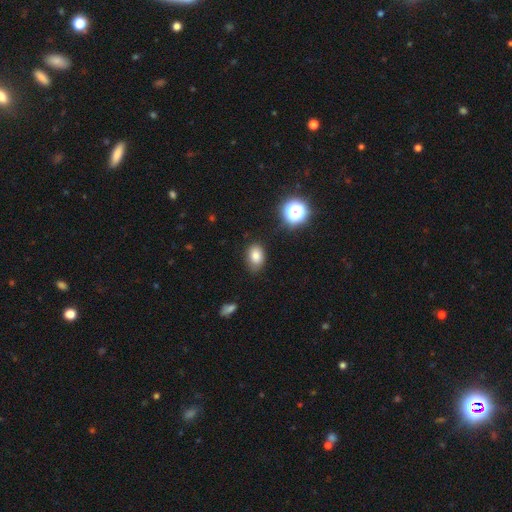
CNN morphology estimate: A smooth galaxy with no disk features (81%) that is in between round and cigar-shaped (78%).

Vote fractions:
- Smooth or featured? smooth: 81% / star or artifact: 12% / featured or disk: 7%
- How rounded? in between: 78% / round: 21% / cigar-shaped: 1%
- Merging? none: 77% / minor disturbance: 17% / major disturbance: 4% / merger: 2%